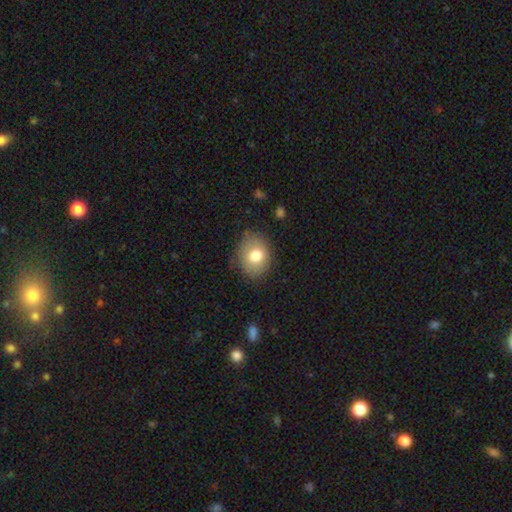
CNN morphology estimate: This is likely a smooth galaxy (77%). How rounded: possibly in between (51%). Merging: likely none (78%).